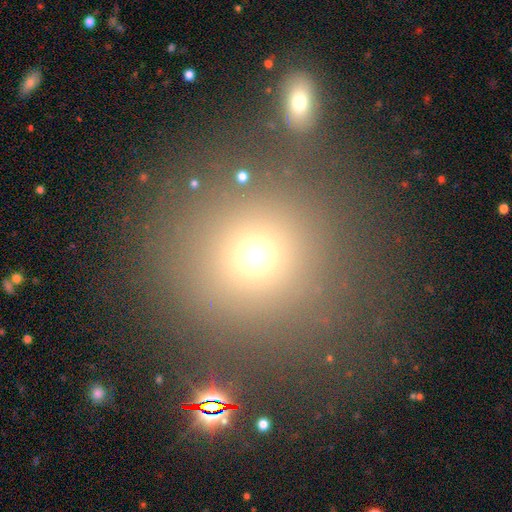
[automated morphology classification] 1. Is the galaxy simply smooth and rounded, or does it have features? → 68% smooth, 22% star or artifact, 10% featured or disk.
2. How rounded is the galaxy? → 91% round, 8% in between, 1% cigar-shaped.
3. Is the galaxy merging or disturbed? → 75% none, 10% merger, 9% minor disturbance, 6% major disturbance.